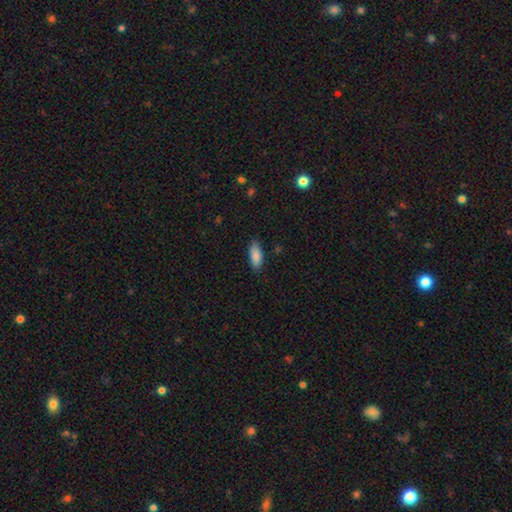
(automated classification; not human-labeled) The model was most divided on "how rounded": in between: 77%, cigar-shaped: 21%, round: 2%. More confident: smooth or featured — smooth (88%); merging — none (83%).